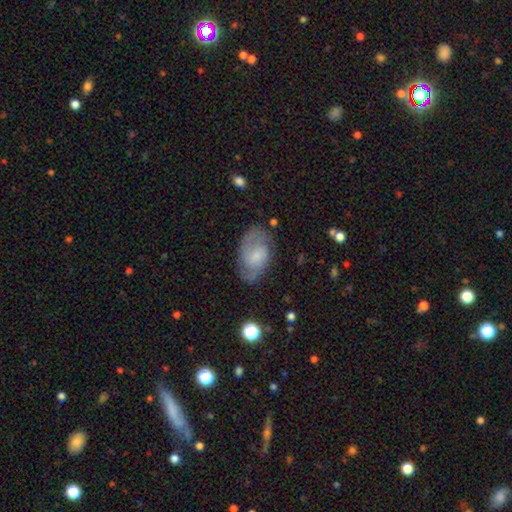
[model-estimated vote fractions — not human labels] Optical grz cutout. It shows a featured or disk galaxy (65%) with no bar (55%), 2 (71%) medium (46%) spiral arms (88%) and a small central bulge (52%). Merging: none (69%).